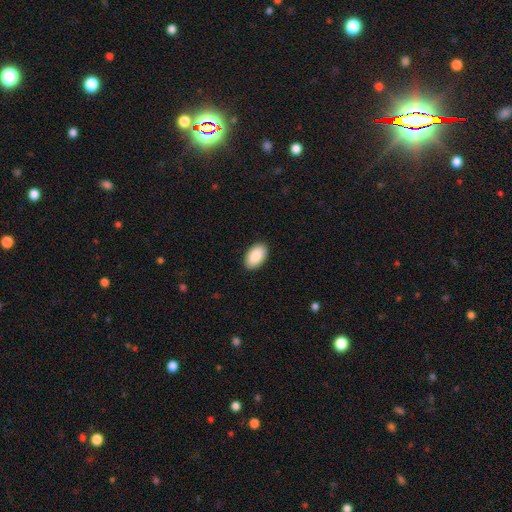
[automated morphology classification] Smooth or featured? smooth (89%)
How rounded? in between (95%)
Merging? none (90%)